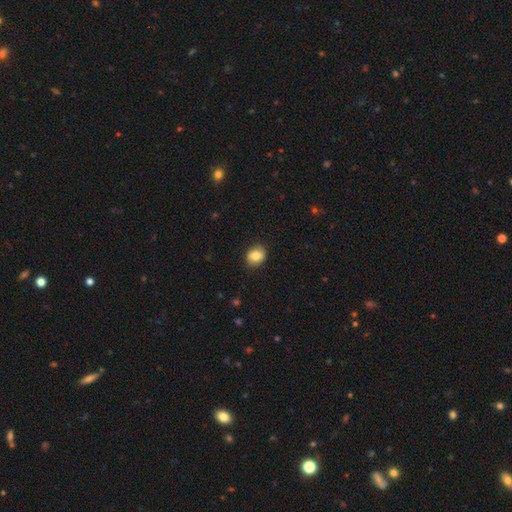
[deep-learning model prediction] Overall: smooth (81%). How rounded: round (65%; in between 35%). Merging: none (87%).